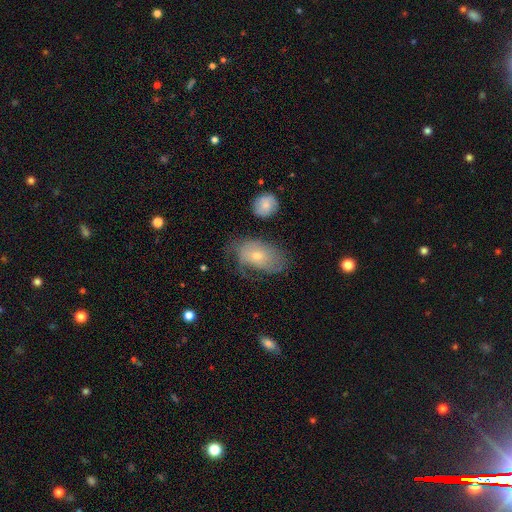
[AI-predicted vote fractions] featured or disk 50%, smooth 41%, star or artifact 9%. Down the decision tree: merging — none (45%).